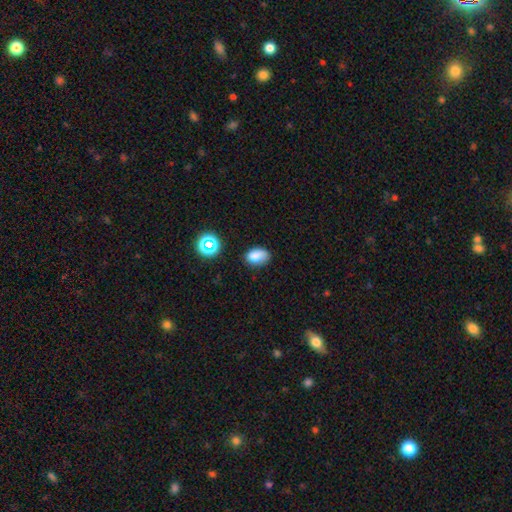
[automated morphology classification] A smooth galaxy with no disk features (78%) that is in between round and cigar-shaped (82%). Merging: none (64%).